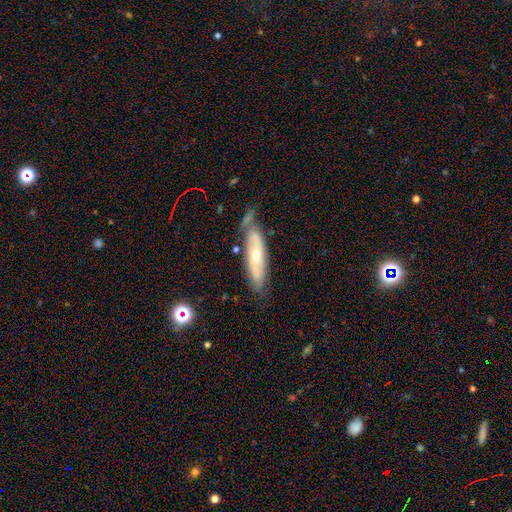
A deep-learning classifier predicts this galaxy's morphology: Overall: featured or disk (51%; smooth 43%). Edge-on disk: no (62%; yes 38%). Merging: none (58%; minor disturbance 25%).